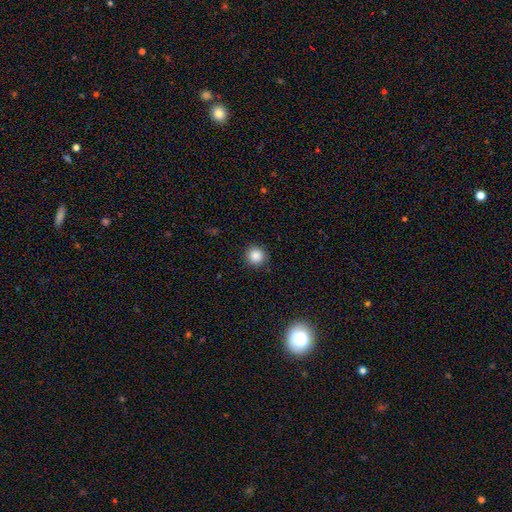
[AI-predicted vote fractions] smooth_or_featured: smooth (p=0.87) [alt: star or artifact p=0.10]
how_rounded: round (p=0.94) [alt: in between p=0.05]
merging: none (p=0.91) [alt: minor disturbance p=0.06]